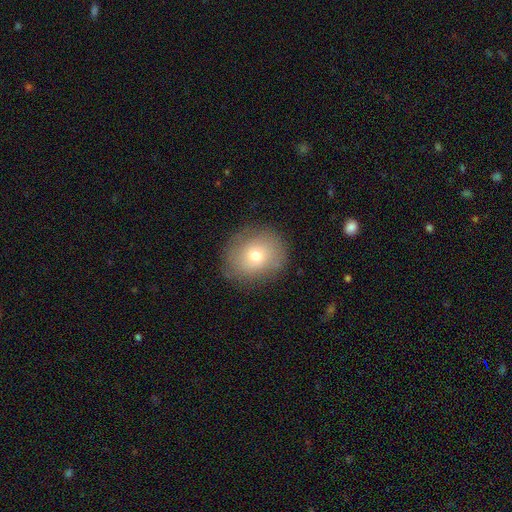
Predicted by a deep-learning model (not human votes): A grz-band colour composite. It shows a smooth galaxy with no disk features (69%) that is round (75%). Merging: none (83%).